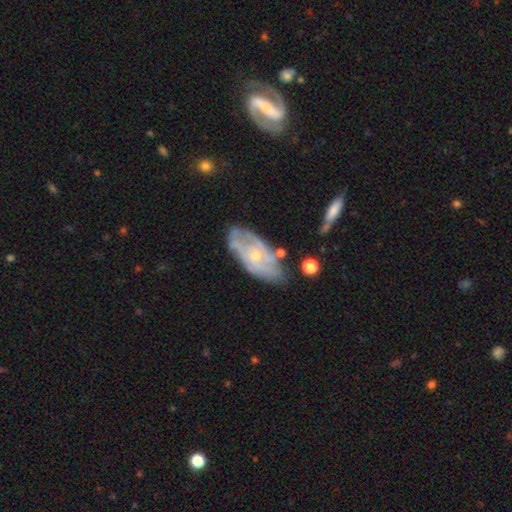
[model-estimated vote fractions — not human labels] A featured or disk galaxy (67%) with no bar (80%), spiral arms (65%) and a small central bulge (68%).

Vote fractions:
- Smooth or featured? featured or disk: 67% / smooth: 26% / star or artifact: 6%
- Edge-on disk? no: 90% / yes: 10%
- Bar? no: 80% / weak: 17% / strong: 3%
- Spiral arms? yes: 65% / no: 35%
- Bulge size? small: 68% / moderate: 28% / none: 2% / large: 1% / dominant: 1%
- Merging? none: 58% / minor disturbance: 27% / major disturbance: 10% / merger: 5%